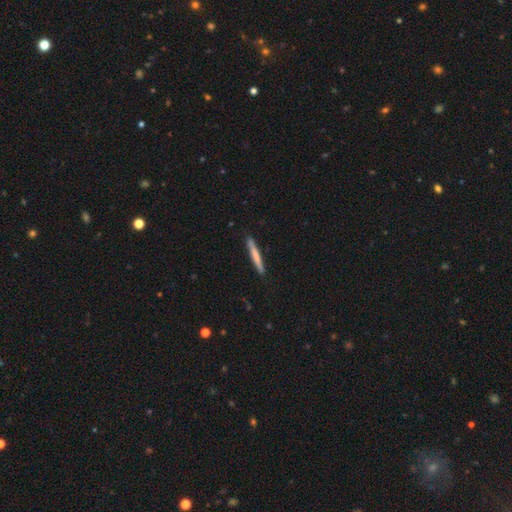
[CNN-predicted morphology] Smooth or featured? Predicted: smooth (p=0.67). How rounded? Predicted: cigar-shaped (p=0.96). Merging? Predicted: none (p=0.89).